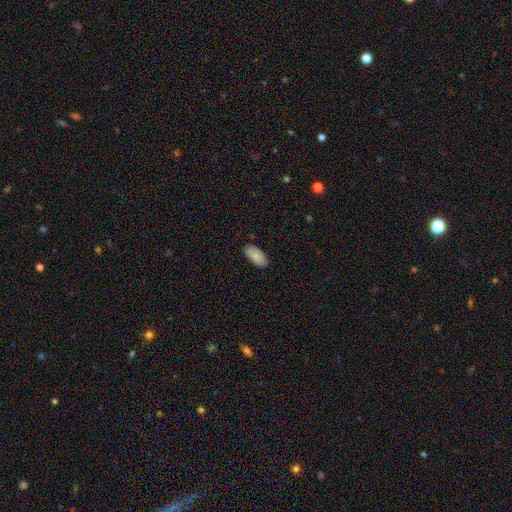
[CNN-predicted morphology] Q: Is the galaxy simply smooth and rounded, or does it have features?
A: smooth — 88%.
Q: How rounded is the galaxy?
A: in between — 94%.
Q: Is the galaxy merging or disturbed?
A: none — 86%.